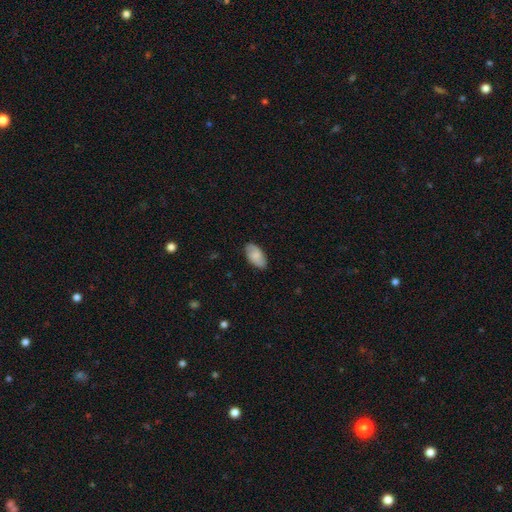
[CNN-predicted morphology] A smooth galaxy with no disk features (58%) that is in between round and cigar-shaped (94%). Merging: none (82%).